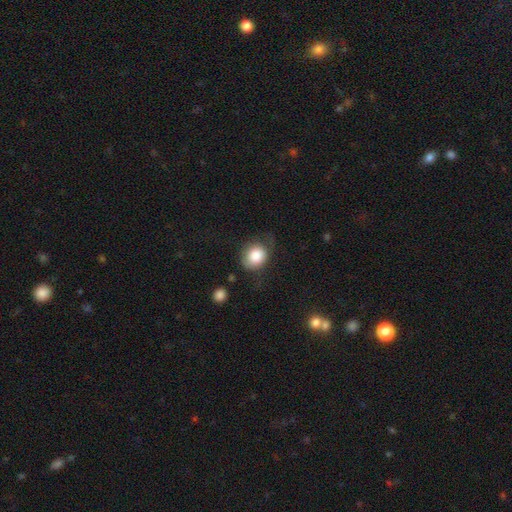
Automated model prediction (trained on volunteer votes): Smooth or featured? Predicted: smooth (p=0.83). How rounded? Predicted: round (p=0.62). Merging? Predicted: none (p=0.57).